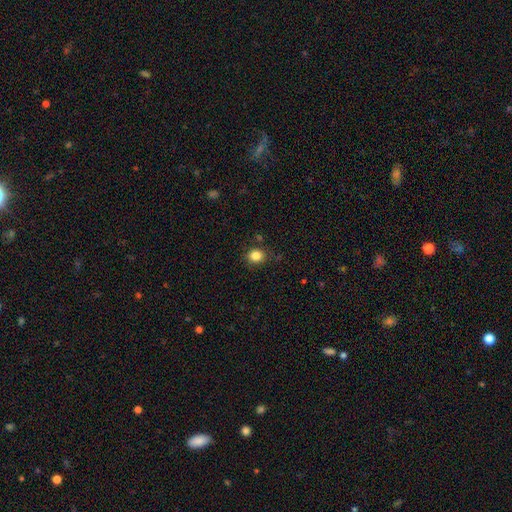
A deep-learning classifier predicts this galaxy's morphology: Overall: smooth (84%). How rounded: round (70%; in between 30%). Merging: none (84%).